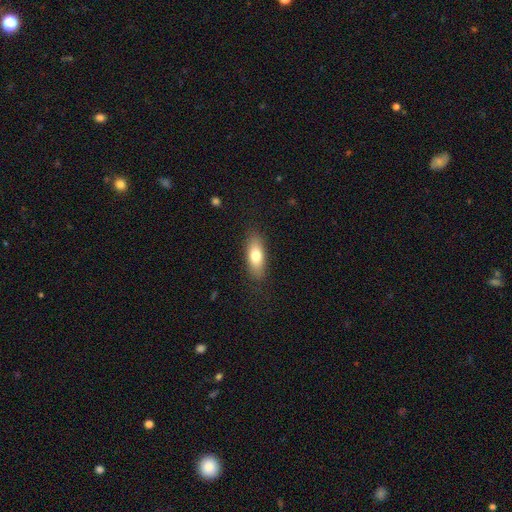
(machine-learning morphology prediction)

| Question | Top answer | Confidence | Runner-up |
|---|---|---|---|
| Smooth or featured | smooth | 74% | featured or disk (19%) |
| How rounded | in between | 73% | cigar-shaped (24%) |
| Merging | none | 85% | minor disturbance (11%) |